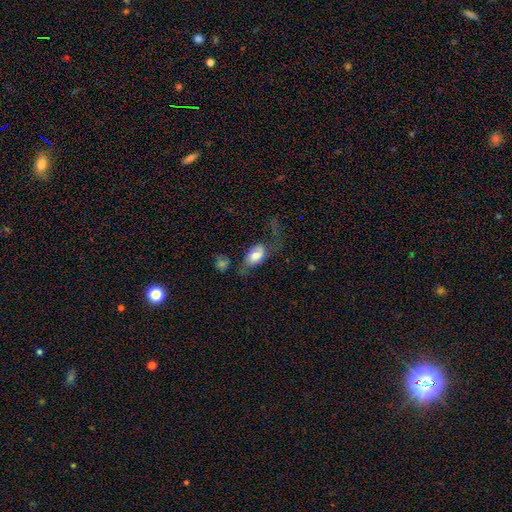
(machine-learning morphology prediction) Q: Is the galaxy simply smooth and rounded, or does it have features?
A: smooth — 65%.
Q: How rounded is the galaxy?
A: in between — 88%.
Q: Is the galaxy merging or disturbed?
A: major disturbance — 38%.